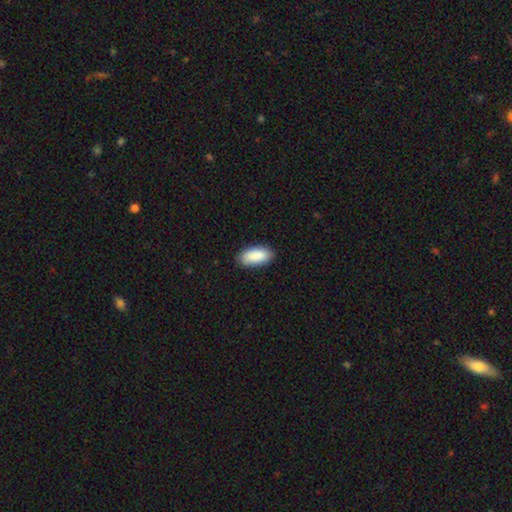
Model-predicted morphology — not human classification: Smooth or featured? Predicted: smooth (p=0.90). How rounded? Predicted: in between (p=0.90). Merging? Predicted: none (p=0.87).